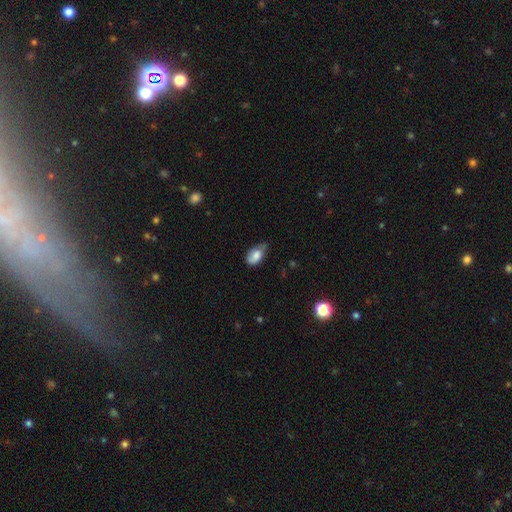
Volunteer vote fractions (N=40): Morphology: type=smooth (78%); roundness=in between (90%); merging=minor disturbance (61%).